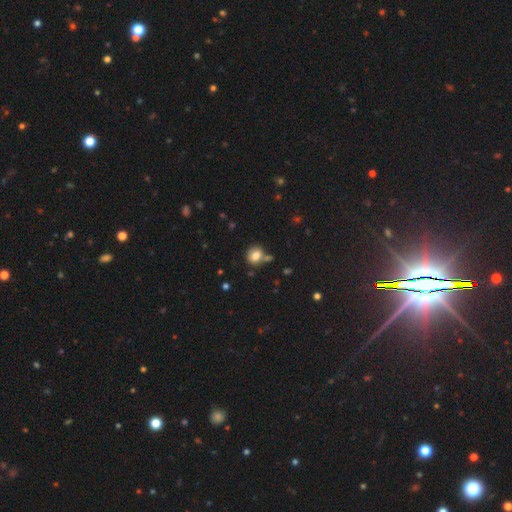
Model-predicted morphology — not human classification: type=smooth (80%); roundness=round (69%); merging=none (60%).